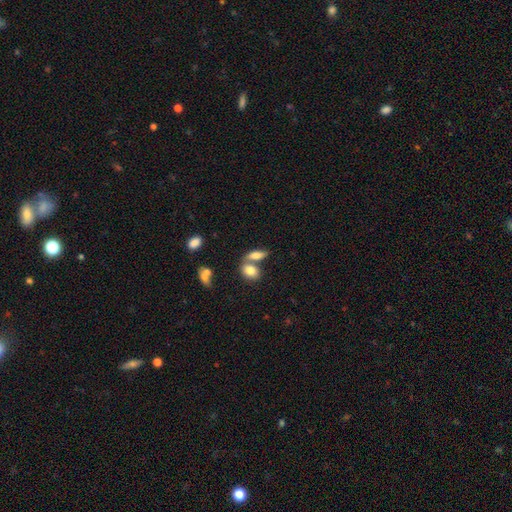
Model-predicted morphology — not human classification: type=smooth (74%); roundness=in between (72%); merging=none (45%).